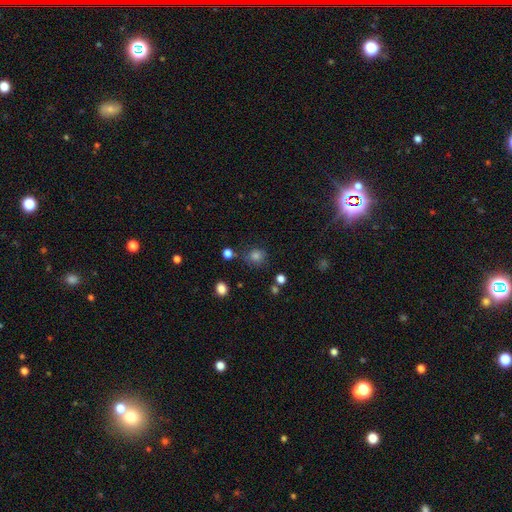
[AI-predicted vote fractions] Overall: smooth (75%). How rounded: round (85%). Merging: none (76%).